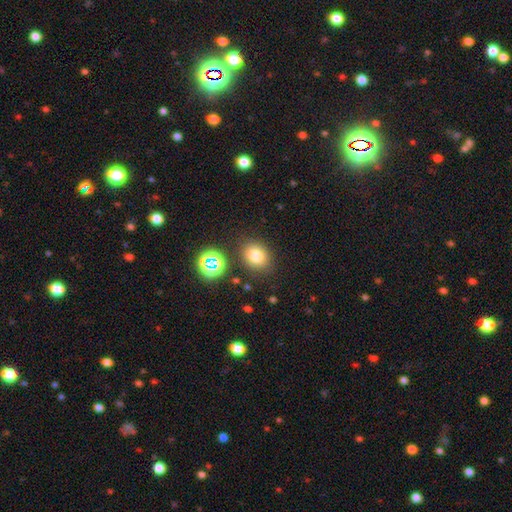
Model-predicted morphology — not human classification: Smooth or featured?
  - smooth: 76% *
  - star or artifact: 16%
  - featured or disk: 8%
How rounded?
  - round: 57% *
  - in between: 42%
  - cigar-shaped: 1%
Merging?
  - none: 81% *
  - minor disturbance: 11%
  - merger: 4%
  - major disturbance: 4%